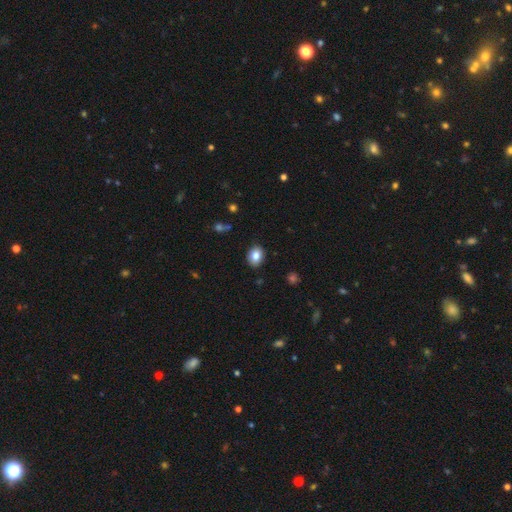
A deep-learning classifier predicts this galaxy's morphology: type=smooth (84%); roundness=in between (67%); merging=none (88%).